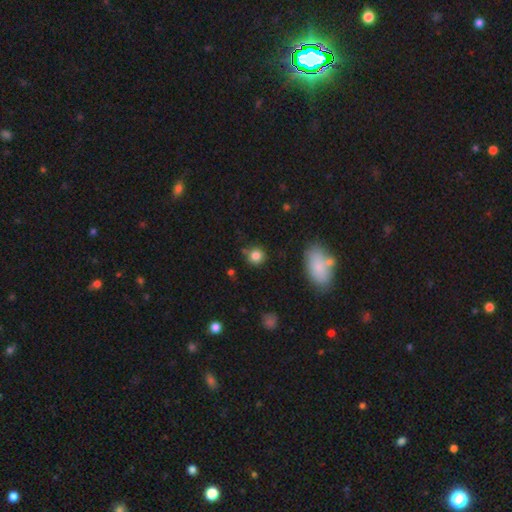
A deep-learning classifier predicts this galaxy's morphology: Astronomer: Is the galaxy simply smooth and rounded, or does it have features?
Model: smooth — 83%.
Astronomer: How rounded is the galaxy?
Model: round — 87%.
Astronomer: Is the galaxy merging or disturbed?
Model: none — 78%.